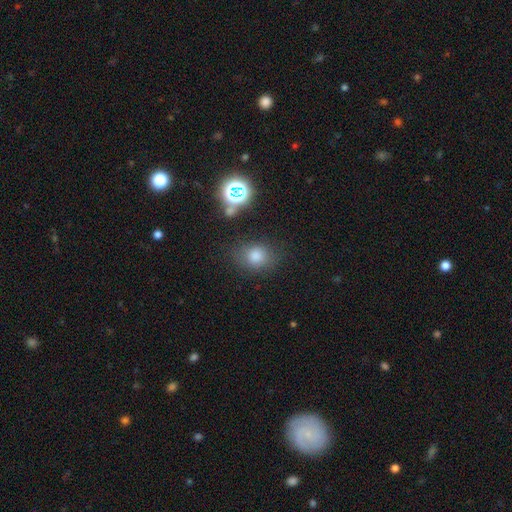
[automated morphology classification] A smooth galaxy with no disk features (75%) that is round (63%). Merging: none (78%).